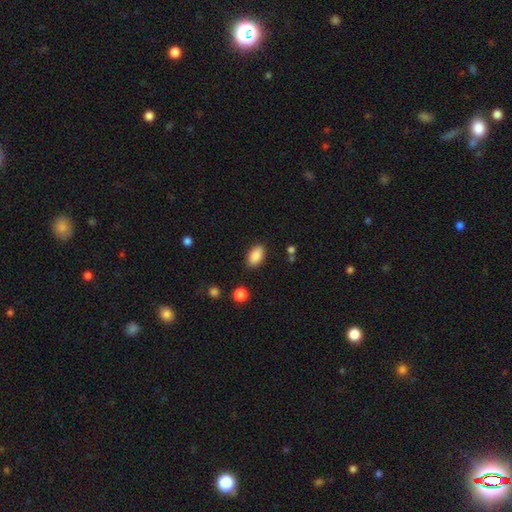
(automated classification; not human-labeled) Morphology: type=smooth (87%); roundness=in between (92%); merging=none (86%).